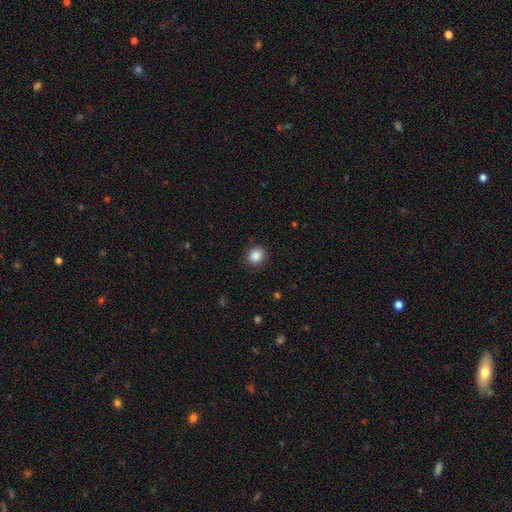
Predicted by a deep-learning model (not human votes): Q: Smooth or featured?
A: smooth (87%); runner-up: star or artifact (10%)
Q: How rounded?
A: round (82%); runner-up: in between (17%)
Q: Merging?
A: none (88%); runner-up: minor disturbance (9%)